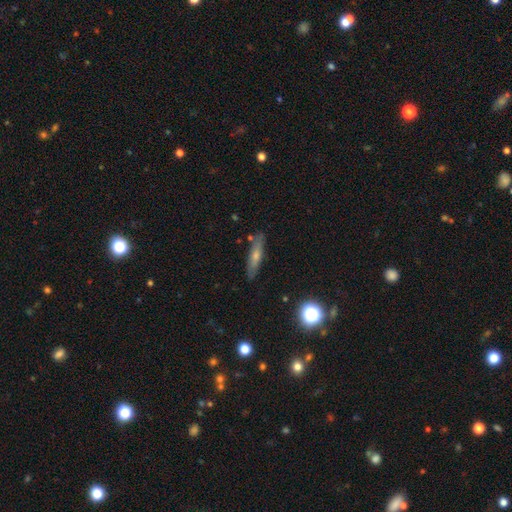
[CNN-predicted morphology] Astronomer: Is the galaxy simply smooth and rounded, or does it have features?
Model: smooth — 57% (runner-up: featured or disk, 35%).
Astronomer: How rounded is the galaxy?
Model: cigar-shaped — 78%.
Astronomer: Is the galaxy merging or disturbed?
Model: none — 82%.